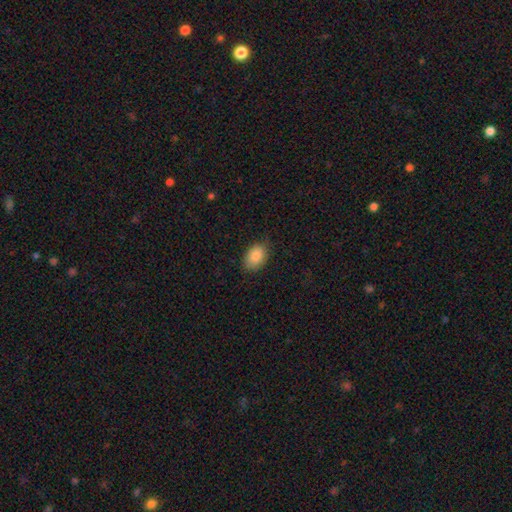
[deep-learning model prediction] A smooth galaxy with no disk features (86%) that is in between round and cigar-shaped (85%).

Vote fractions:
- Smooth or featured? smooth: 86% / star or artifact: 8% / featured or disk: 6%
- How rounded? in between: 85% / round: 14% / cigar-shaped: 1%
- Merging? none: 81% / minor disturbance: 16% / major disturbance: 3% / merger: 1%